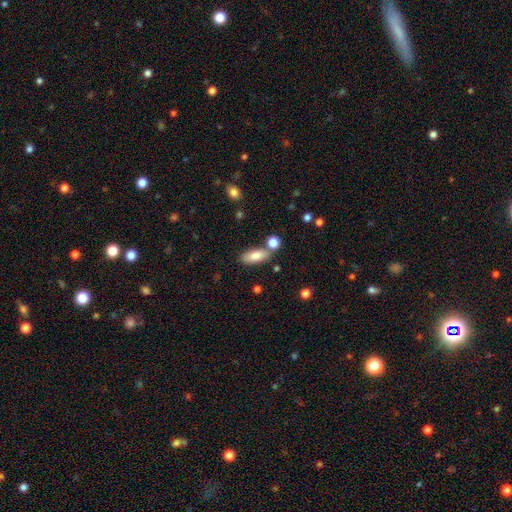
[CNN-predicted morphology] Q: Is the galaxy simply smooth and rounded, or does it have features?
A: smooth — 80%.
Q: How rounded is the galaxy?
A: in between — 76%.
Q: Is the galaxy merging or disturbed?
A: none — 72%.